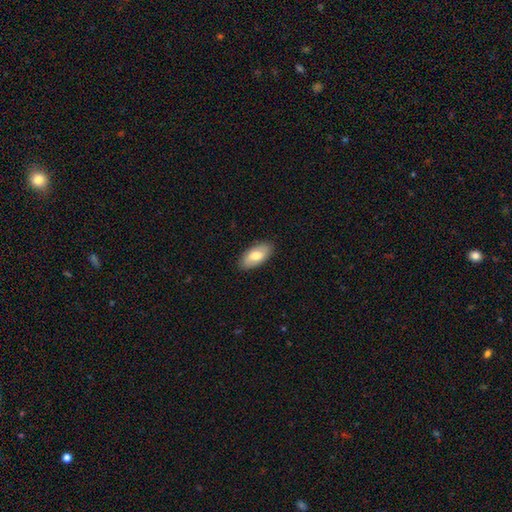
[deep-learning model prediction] smooth_or_featured: smooth (p=0.71) [alt: featured or disk p=0.24]
how_rounded: in between (p=0.93) [alt: cigar-shaped p=0.04]
merging: none (p=0.88) [alt: minor disturbance p=0.09]